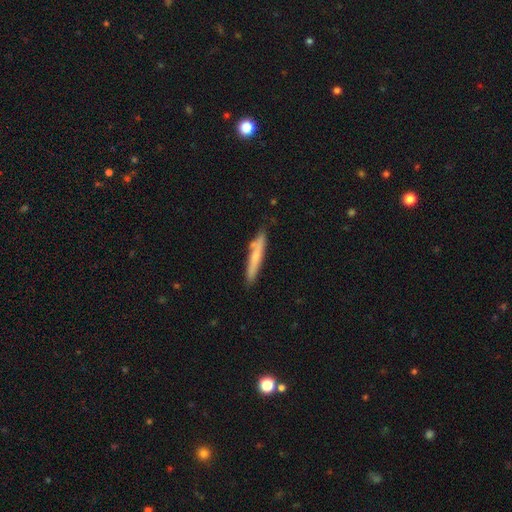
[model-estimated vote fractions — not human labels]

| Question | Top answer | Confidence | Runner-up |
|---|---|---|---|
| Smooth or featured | smooth | 61% | featured or disk (33%) |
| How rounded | cigar-shaped | 94% | in between (5%) |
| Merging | none | 80% | minor disturbance (14%) |